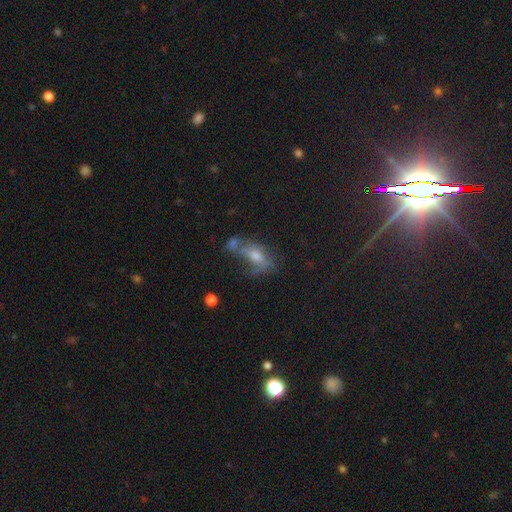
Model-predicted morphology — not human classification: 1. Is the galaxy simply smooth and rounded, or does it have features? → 41% featured or disk, 39% smooth, 20% star or artifact.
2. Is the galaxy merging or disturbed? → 34% none, 23% merger, 22% major disturbance, 21% minor disturbance.